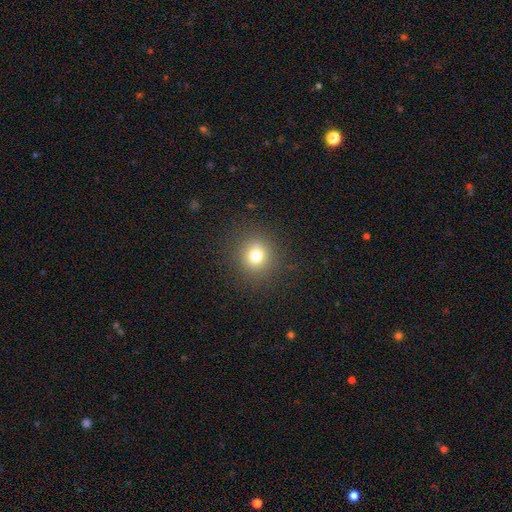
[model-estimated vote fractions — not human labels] Overall: smooth (75%). How rounded: round (91%). Merging: none (88%).